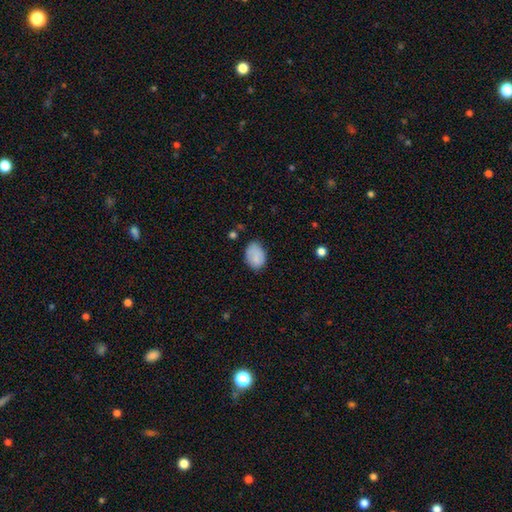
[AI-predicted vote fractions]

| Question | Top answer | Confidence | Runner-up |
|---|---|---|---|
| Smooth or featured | smooth | 84% | featured or disk (8%) |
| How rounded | in between | 80% | round (19%) |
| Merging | none | 66% | minor disturbance (26%) |